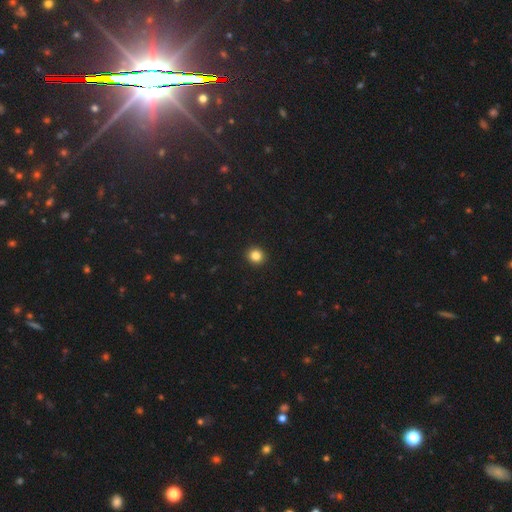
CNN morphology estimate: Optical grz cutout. It shows a smooth galaxy with no disk features (85%) that is round (91%). Merging: none (94%).